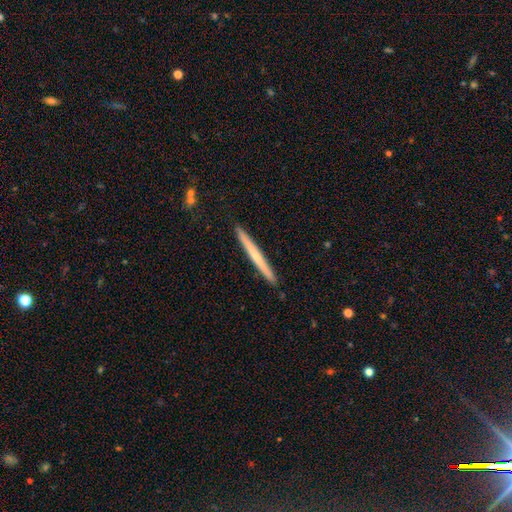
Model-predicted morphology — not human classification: Smooth or featured: smooth — 52% (featured or disk — 43%)
How rounded: cigar-shaped — 97% (in between — 2%)
Merging: none — 92% (minor disturbance — 5%)